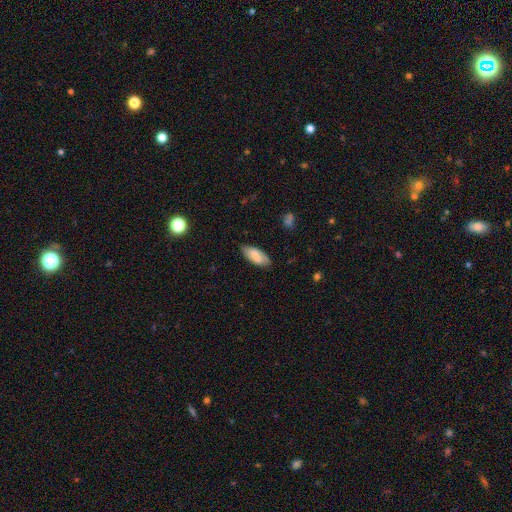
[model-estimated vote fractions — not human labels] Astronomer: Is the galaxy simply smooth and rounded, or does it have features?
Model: smooth — 74%.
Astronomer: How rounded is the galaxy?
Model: in between — 84%.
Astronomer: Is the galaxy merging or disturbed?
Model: none — 79%.